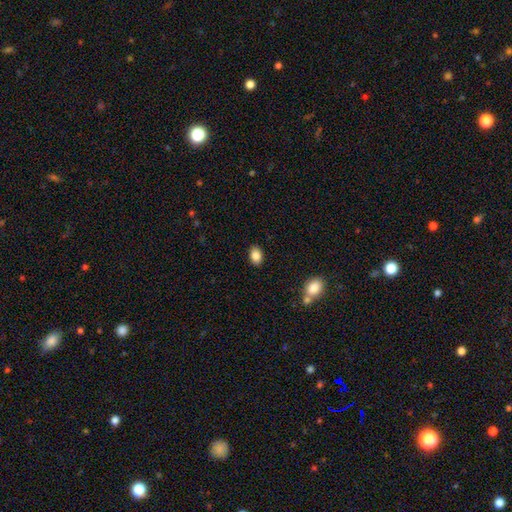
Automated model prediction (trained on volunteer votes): smooth-or-featured: smooth: 86% | star or artifact: 9% | featured or disk: 5%
  how-rounded: in between: 81% | round: 18% | cigar-shaped: 1%
  merging: none: 88% | minor disturbance: 8% | major disturbance: 2% | merger: 2%